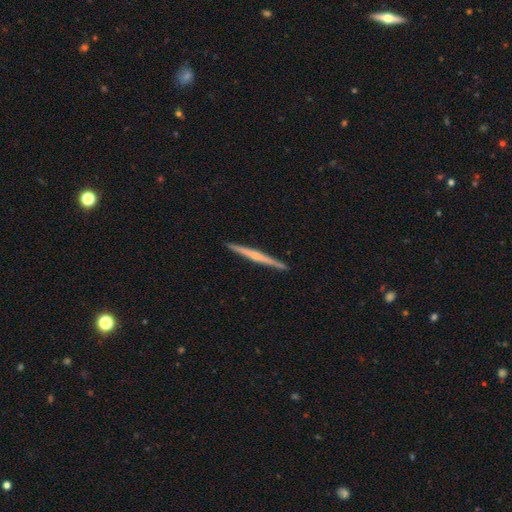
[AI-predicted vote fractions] smooth_or_featured: featured or disk (p=0.65) [alt: smooth p=0.30]
disk_edge_on: yes (p=0.98) [alt: no p=0.02]
edge_on_bulge: rounded (p=0.46) [alt: none p=0.44]
merging: none (p=0.93) [alt: minor disturbance p=0.05]